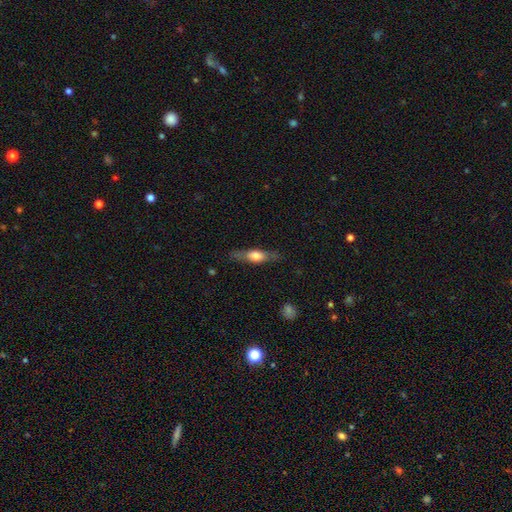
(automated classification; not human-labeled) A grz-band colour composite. It shows a smooth galaxy with no disk features (49%). Merging: none (78%).